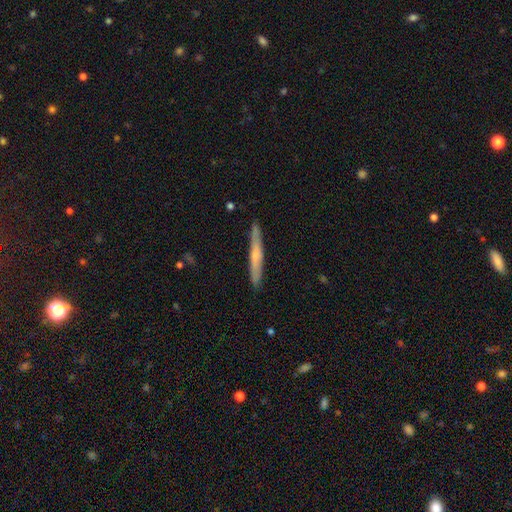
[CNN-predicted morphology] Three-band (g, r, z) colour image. It shows a smooth galaxy with no disk features (48%). Merging: none (90%).